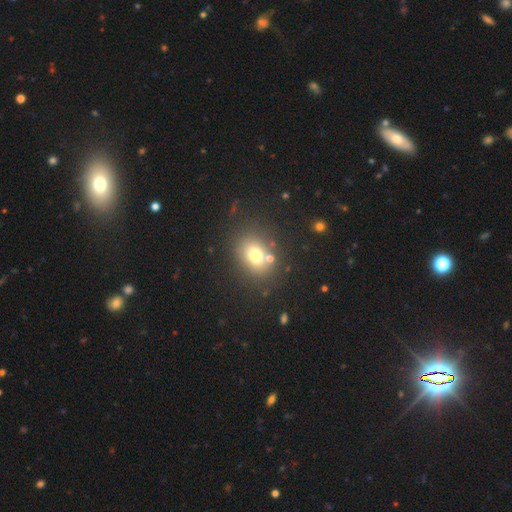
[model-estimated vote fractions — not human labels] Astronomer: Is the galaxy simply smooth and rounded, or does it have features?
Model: smooth — 71%.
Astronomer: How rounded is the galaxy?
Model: round — 53% (runner-up: in between, 46%).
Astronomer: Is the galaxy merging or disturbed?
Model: none — 72%.